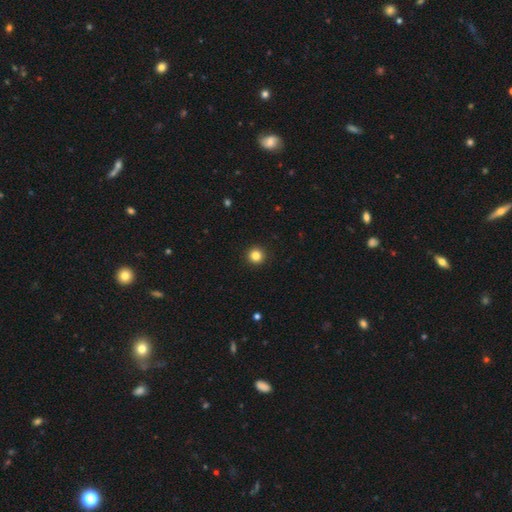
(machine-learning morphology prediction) A smooth galaxy with no disk features (84%) that is round (96%).

Vote fractions:
- Smooth or featured? smooth: 84% / star or artifact: 12% / featured or disk: 4%
- How rounded? round: 96% / in between: 3% / cigar-shaped: 1%
- Merging? none: 94% / minor disturbance: 4% / major disturbance: 2% / merger: 1%